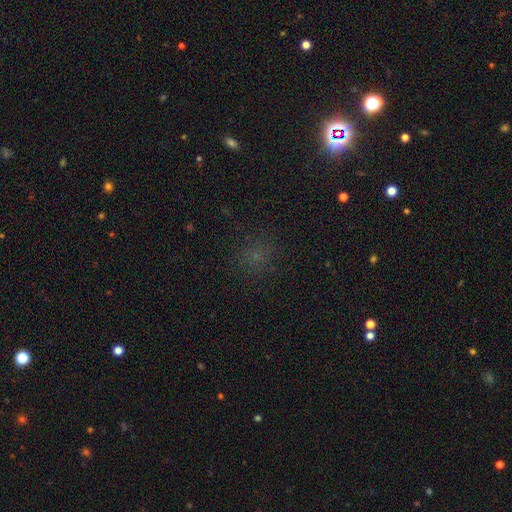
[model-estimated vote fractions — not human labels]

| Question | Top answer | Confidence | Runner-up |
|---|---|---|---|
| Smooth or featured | smooth | 52% | star or artifact (39%) |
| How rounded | round | 86% | in between (12%) |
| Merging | none | 82% | minor disturbance (11%) |